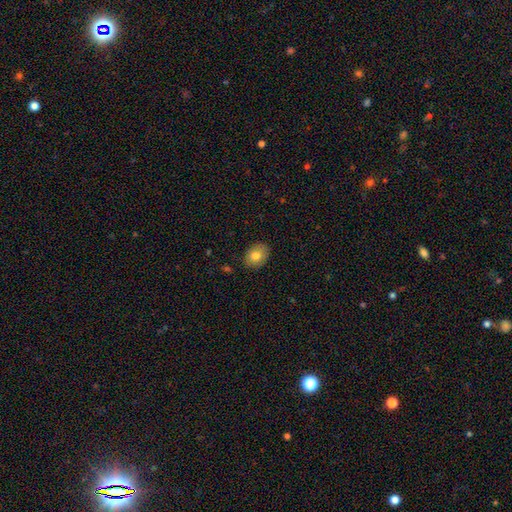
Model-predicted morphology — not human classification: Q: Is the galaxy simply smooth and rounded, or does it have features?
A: smooth — 79%.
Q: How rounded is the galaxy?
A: in between — 68%.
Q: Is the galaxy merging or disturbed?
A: none — 86%.